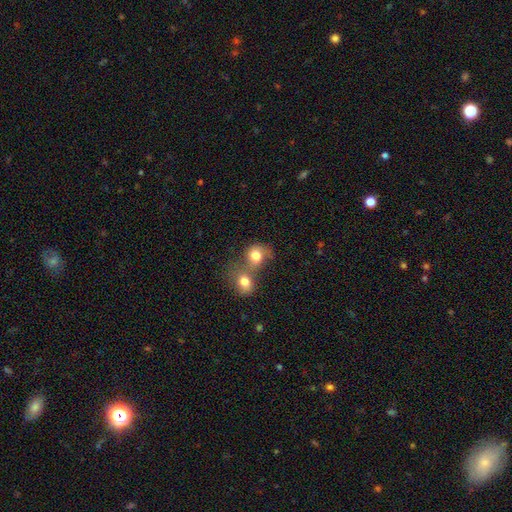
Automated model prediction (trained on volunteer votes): smooth_or_featured: smooth (p=0.78) [alt: featured or disk p=0.13]
how_rounded: round (p=0.61) [alt: in between p=0.38]
merging: merger (p=0.60) [alt: none p=0.24]